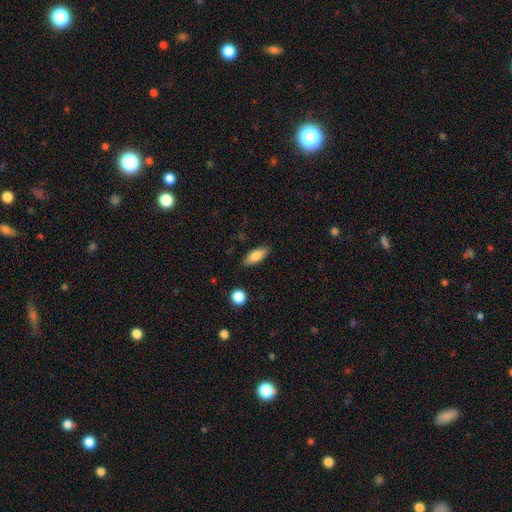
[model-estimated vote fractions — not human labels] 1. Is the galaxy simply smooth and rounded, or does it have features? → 79% smooth, 14% featured or disk, 7% star or artifact.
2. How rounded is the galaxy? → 73% in between, 24% cigar-shaped, 3% round.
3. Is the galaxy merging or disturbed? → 85% none, 11% minor disturbance, 2% major disturbance, 2% merger.